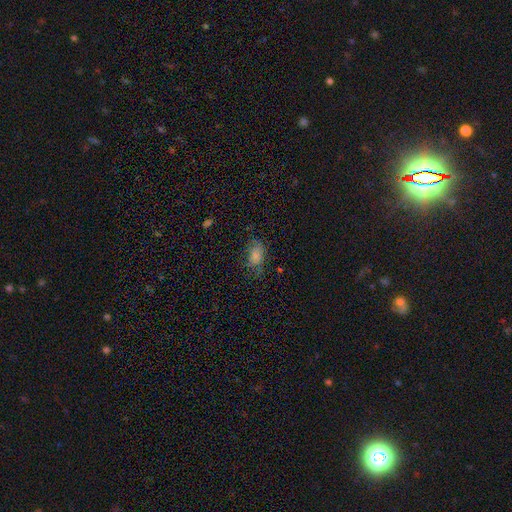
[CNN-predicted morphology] This is likely a smooth galaxy (74%). How rounded: clearly in between (88%). Merging: possibly none (58%).